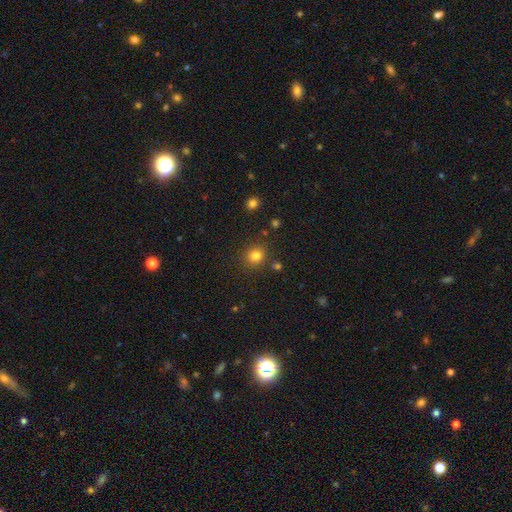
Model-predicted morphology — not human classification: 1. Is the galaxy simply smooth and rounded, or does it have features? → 82% smooth, 13% star or artifact, 5% featured or disk.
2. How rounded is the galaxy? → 82% round, 17% in between, 1% cigar-shaped.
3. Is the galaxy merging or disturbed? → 83% none, 9% minor disturbance, 5% merger, 3% major disturbance.